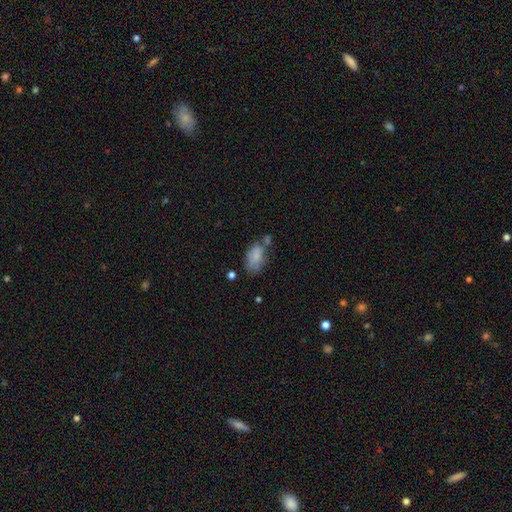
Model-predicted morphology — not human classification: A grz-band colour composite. It shows a smooth galaxy with no disk features (76%) that is in between round and cigar-shaped (91%). Merging: none (39%).